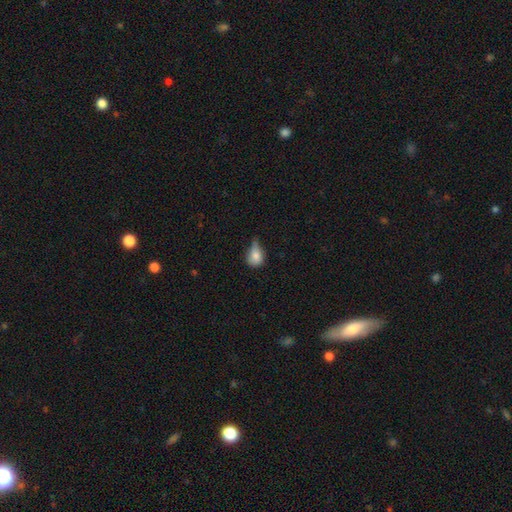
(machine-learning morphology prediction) Overall: smooth (79%). How rounded: in between (58%; round 40%). Merging: minor disturbance (51%; none 23%).